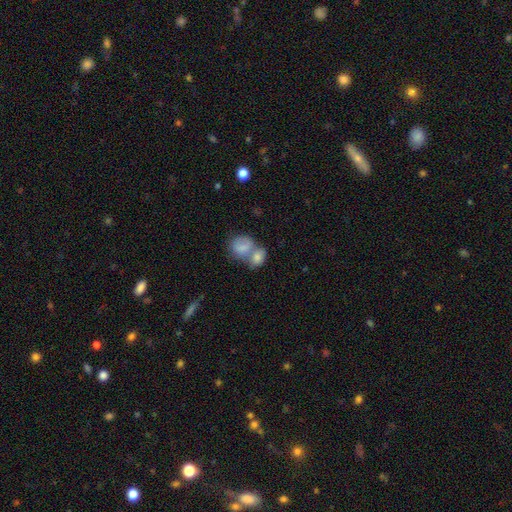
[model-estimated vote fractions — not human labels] Morphology: type=smooth (79%); roundness=in between (63%); merging=merger (67%).